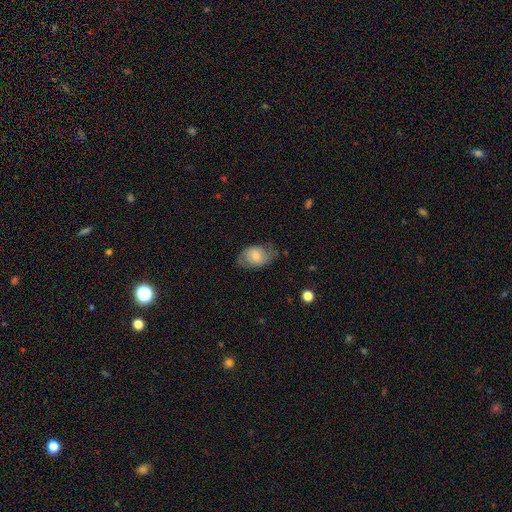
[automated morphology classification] Smooth or featured?
  - smooth: 57% *
  - featured or disk: 36%
  - star or artifact: 7%
How rounded?
  - in between: 82% *
  - round: 17%
  - cigar-shaped: 1%
Merging?
  - none: 61% *
  - minor disturbance: 27%
  - major disturbance: 10%
  - merger: 1%